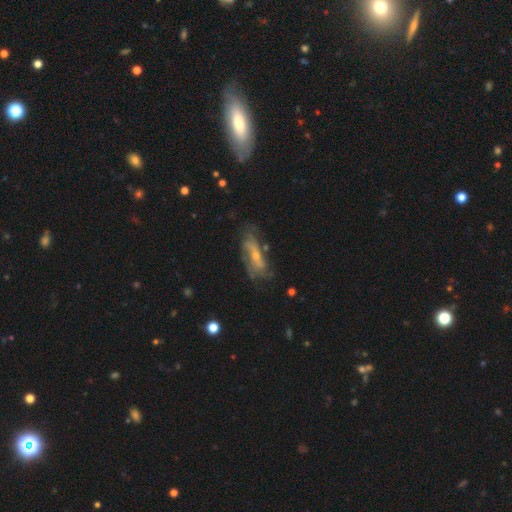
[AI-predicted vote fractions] Smooth or featured: featured or disk — 70% (smooth — 22%)
Edge-on disk: no — 83% (yes — 17%)
Bar: no — 56% (weak — 31%)
Spiral arms: yes — 73% (no — 27%)
Bulge size: small — 63% (moderate — 31%)
Merging: none — 54% (minor disturbance — 25%)